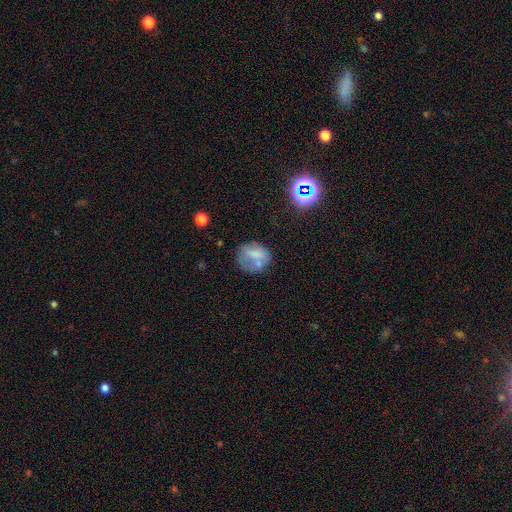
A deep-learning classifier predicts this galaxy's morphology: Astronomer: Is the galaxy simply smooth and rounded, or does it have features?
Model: smooth — 58%.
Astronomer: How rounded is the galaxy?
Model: round — 68%.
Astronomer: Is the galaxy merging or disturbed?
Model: none — 46% (runner-up: minor disturbance, 24%).